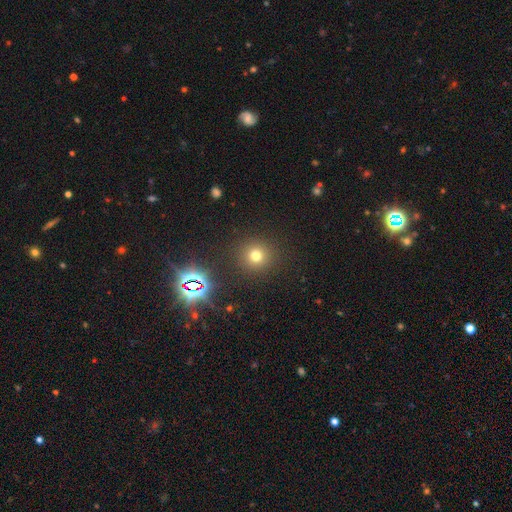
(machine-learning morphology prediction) Overall: smooth (68%). How rounded: round (94%). Merging: none (90%).